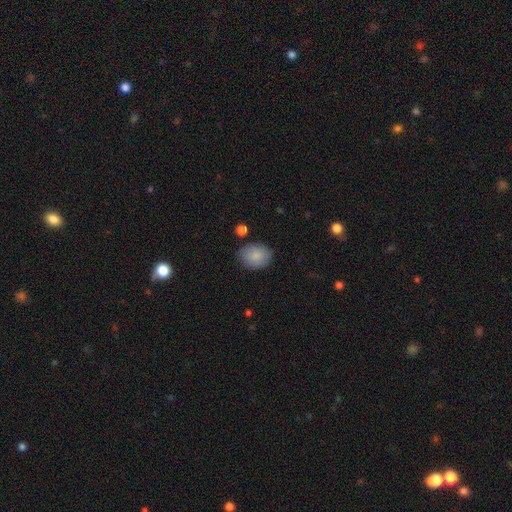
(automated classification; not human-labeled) Overall: smooth (86%). How rounded: in between (62%; round 37%). Merging: none (80%).